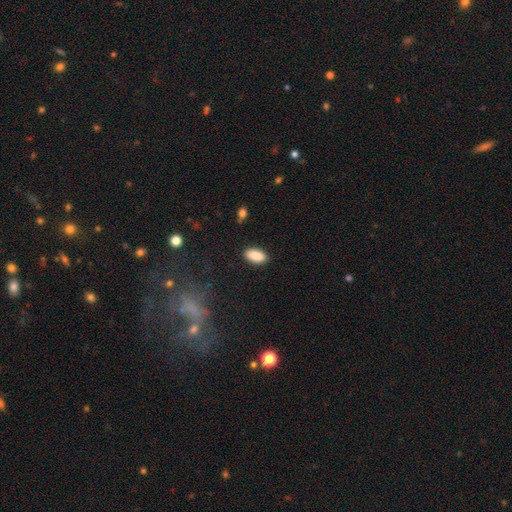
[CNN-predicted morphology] smooth-or-featured: smooth: 90% | star or artifact: 7% | featured or disk: 4%
  how-rounded: in between: 93% | cigar-shaped: 4% | round: 3%
  merging: none: 88% | minor disturbance: 9% | major disturbance: 2% | merger: 1%